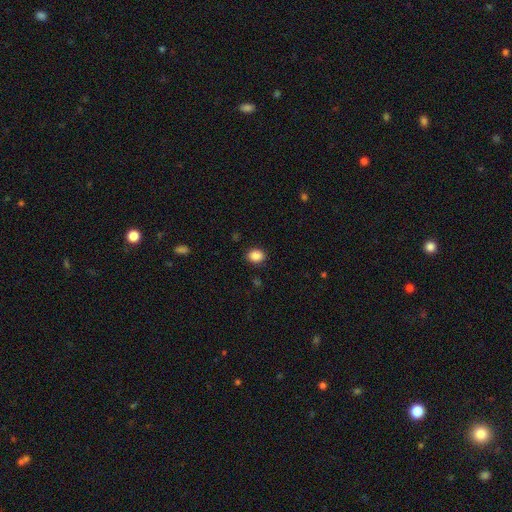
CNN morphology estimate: A smooth galaxy with no disk features (88%) that is in between round and cigar-shaped (51%). Merging: none (88%).